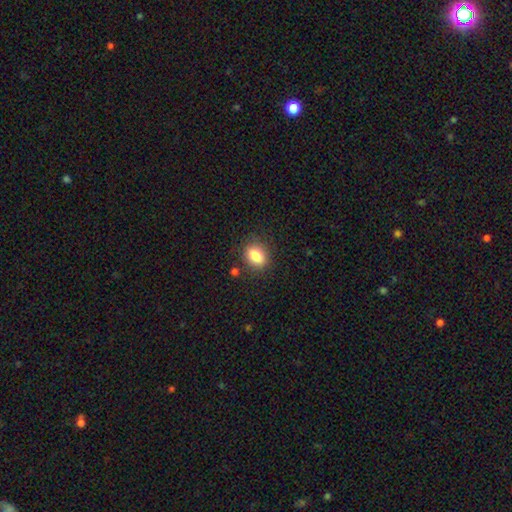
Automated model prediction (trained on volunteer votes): Smooth or featured? smooth (84%)
How rounded? in between (72%)
Merging? none (83%)